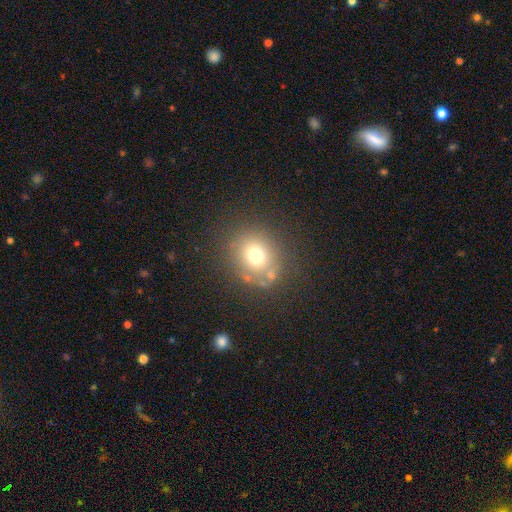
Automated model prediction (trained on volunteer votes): This is likely a smooth galaxy (69%). How rounded: likely round (77%). Merging: likely none (74%).